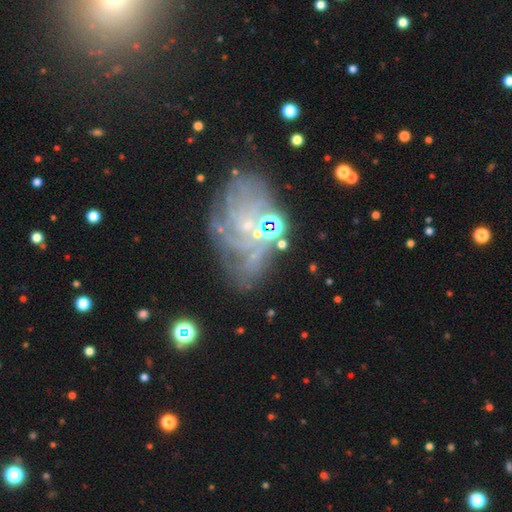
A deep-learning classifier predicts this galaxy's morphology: Q: Smooth or featured?
A: featured or disk (68%); runner-up: star or artifact (19%)
Q: Edge-on disk?
A: no (97%); runner-up: yes (3%)
Q: Bar?
A: no (72%); runner-up: weak (21%)
Q: Spiral arms?
A: yes (83%); runner-up: no (17%)
Q: Spiral winding?
A: tight (60%); runner-up: medium (30%)
Q: Spiral arm count?
A: can't tell (38%); runner-up: 3 (17%)
Q: Bulge size?
A: small (60%); runner-up: moderate (18%)
Q: Merging?
A: none (56%); runner-up: minor disturbance (19%)